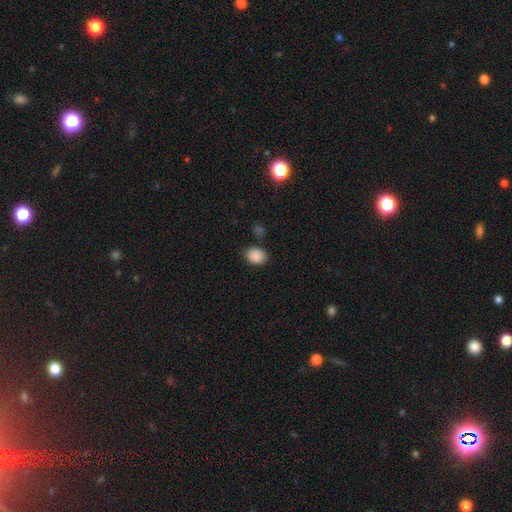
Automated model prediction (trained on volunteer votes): This is clearly a smooth galaxy (88%). How rounded: possibly in between (56%). Merging: clearly none (80%).